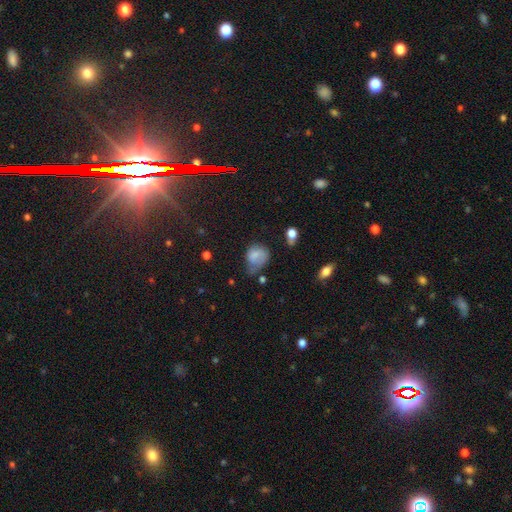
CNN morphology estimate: This is likely a smooth galaxy (70%). How rounded: possibly round (50%). Merging: marginally minor disturbance (37%).